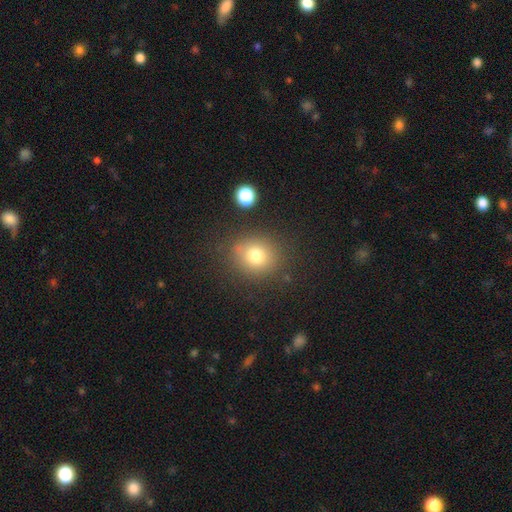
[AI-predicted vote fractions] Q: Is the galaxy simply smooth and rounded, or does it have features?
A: smooth — 76%.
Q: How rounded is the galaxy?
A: round — 79%.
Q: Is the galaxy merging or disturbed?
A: none — 81%.